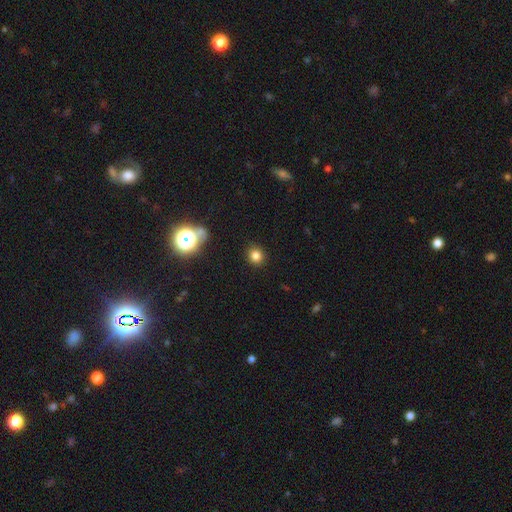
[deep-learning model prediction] smooth_or_featured: smooth (p=0.80) [alt: star or artifact p=0.15]
how_rounded: round (p=0.88) [alt: in between p=0.11]
merging: none (p=0.90) [alt: minor disturbance p=0.06]